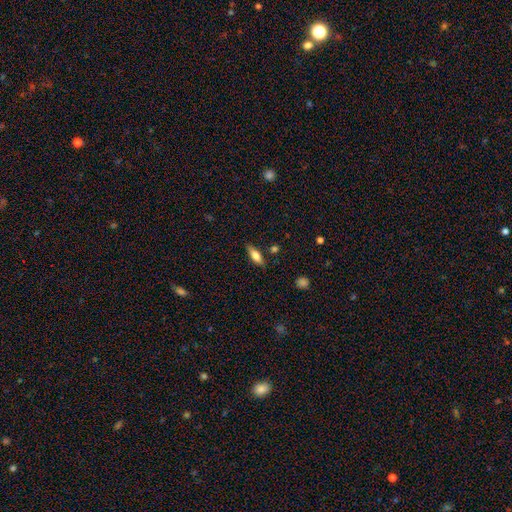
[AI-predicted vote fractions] This appears to be a smooth galaxy with no disk features (67%) that is in between round and cigar-shaped (57%). Merging: none (82%).